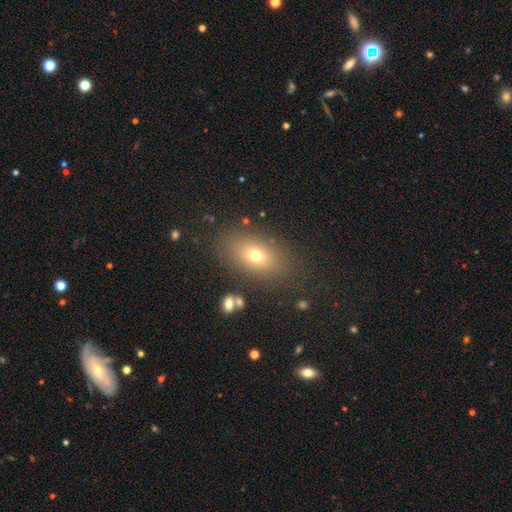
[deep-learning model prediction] Smooth or featured?
  - smooth: 69% *
  - featured or disk: 17%
  - star or artifact: 15%
How rounded?
  - in between: 83% *
  - round: 13%
  - cigar-shaped: 4%
Merging?
  - none: 83% *
  - minor disturbance: 10%
  - major disturbance: 5%
  - merger: 2%